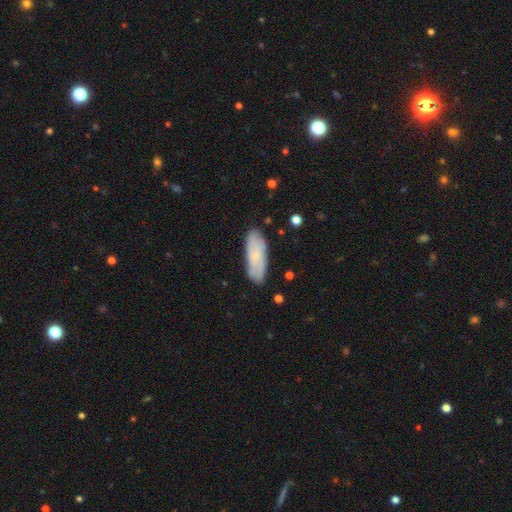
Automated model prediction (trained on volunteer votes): Morphology: type=smooth (61%); roundness=in between (70%); merging=none (81%).